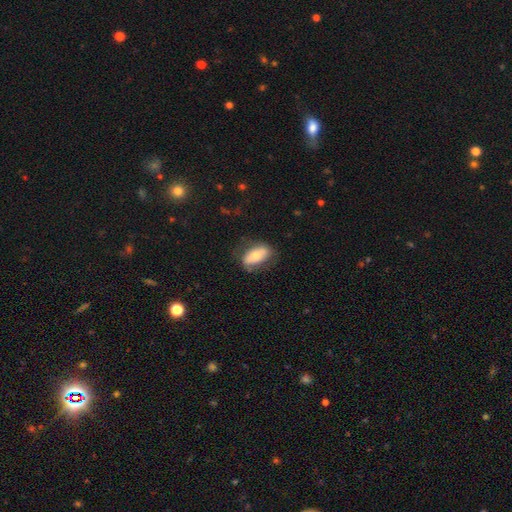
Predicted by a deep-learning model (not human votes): Smooth or featured?
  - smooth: 65% *
  - featured or disk: 29%
  - star or artifact: 6%
How rounded?
  - in between: 88% *
  - cigar-shaped: 7%
  - round: 5%
Merging?
  - none: 71% *
  - minor disturbance: 19%
  - major disturbance: 8%
  - merger: 1%